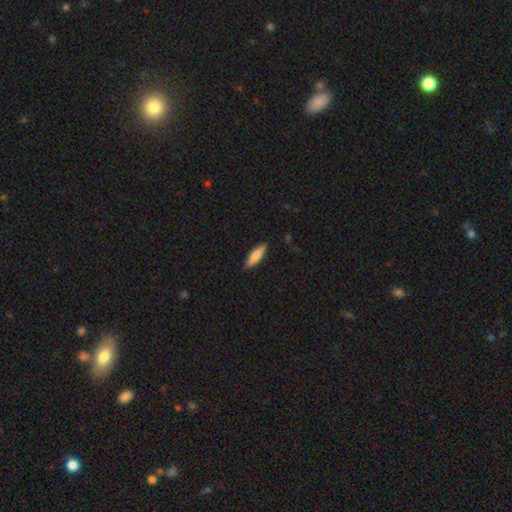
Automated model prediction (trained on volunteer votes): smooth 81%, featured or disk 14%, star or artifact 5%. Down the decision tree: how rounded — cigar-shaped (64%); merging — none (89%).